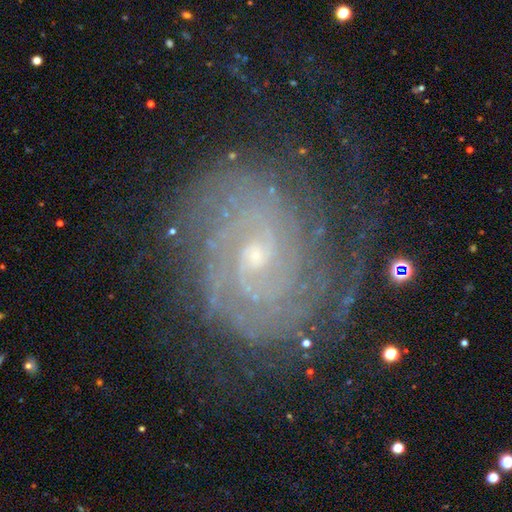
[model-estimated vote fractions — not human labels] A featured or disk galaxy (87%) with no bar (52%), can't tell (30%, tied with 2) tight (79%) spiral arms (97%) and a small central bulge (66%).

Vote fractions:
- Smooth or featured? featured or disk: 87% / star or artifact: 8% / smooth: 6%
- Edge-on disk? no: 97% / yes: 3%
- Bar? no: 52% / weak: 37% / strong: 11%
- Spiral arms? yes: 97% / no: 3%
- Spiral winding? tight: 79% / medium: 18% / loose: 4%
- Spiral arm count? can't tell: 30% (tied) / 2: 30% (tied) / 3: 13% / 4: 11% / more than 4: 9% / 1: 7%
- Bulge size? small: 66% / moderate: 29% / large: 2% / none: 2% / dominant: 1%
- Merging? none: 71% / minor disturbance: 17% / major disturbance: 11% / merger: 2%